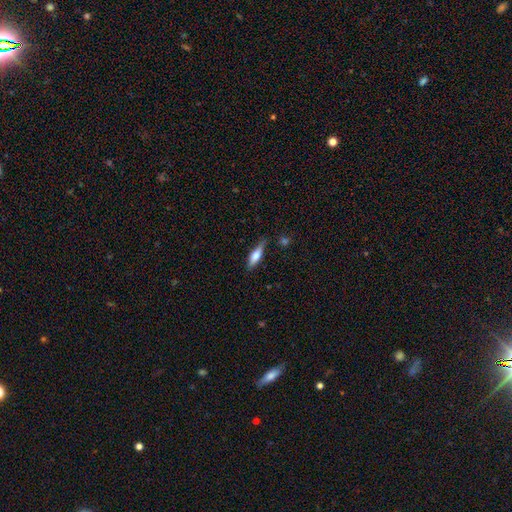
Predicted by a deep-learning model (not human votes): Smooth or featured? smooth (61%)
How rounded? cigar-shaped (56%)
Merging? none (73%)